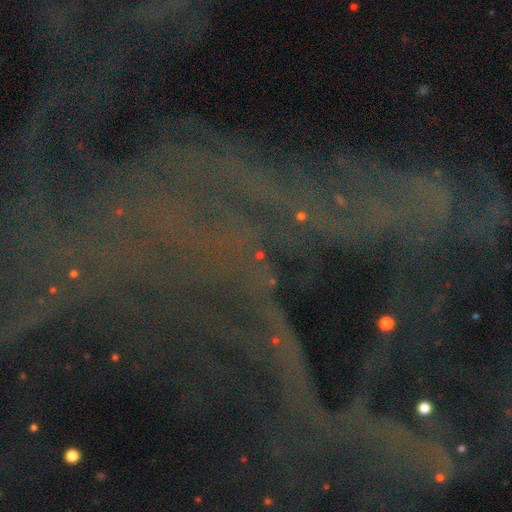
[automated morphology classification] A star or artifact, not a galaxy (83%).

Vote fractions:
- Smooth or featured? star or artifact: 83% / featured or disk: 10% / smooth: 8%